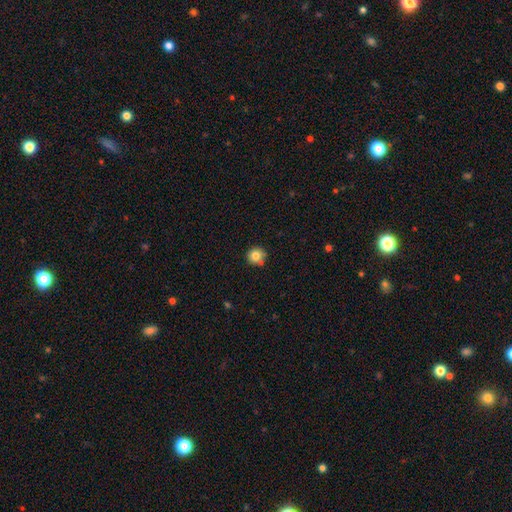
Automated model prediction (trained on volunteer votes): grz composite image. It shows a smooth galaxy with no disk features (82%) that is round (92%). Merging: none (76%).